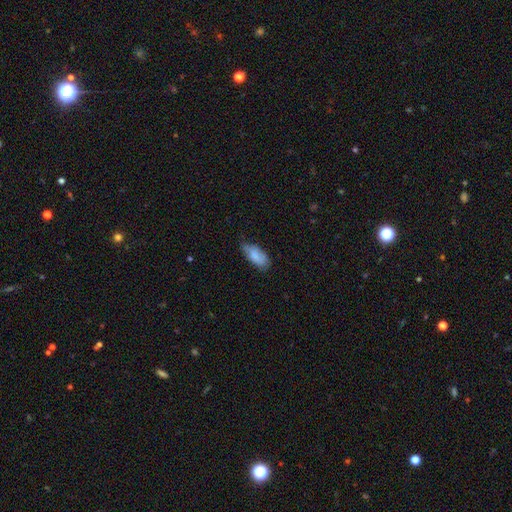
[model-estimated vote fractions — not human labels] A smooth galaxy with no disk features (82%) that is in between round and cigar-shaped (88%). Merging: none (54%).